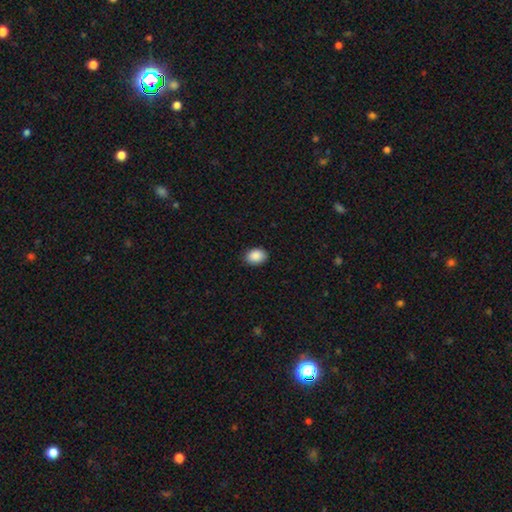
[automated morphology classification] A smooth galaxy with no disk features (90%) that is in between round and cigar-shaped (75%). Merging: none (88%).